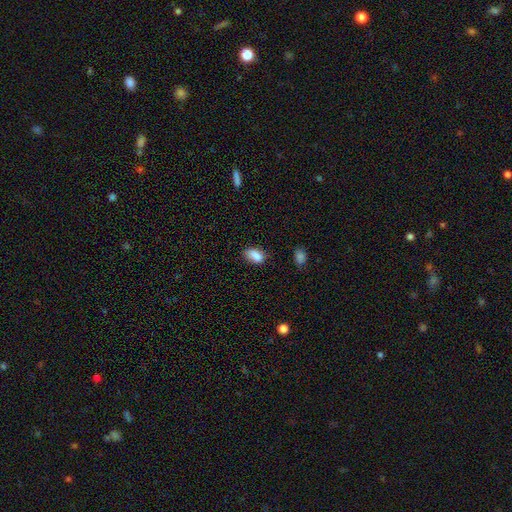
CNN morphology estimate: Smooth or featured? Predicted: smooth (p=0.86). How rounded? Predicted: in between (p=0.89). Merging? Predicted: none (p=0.69).